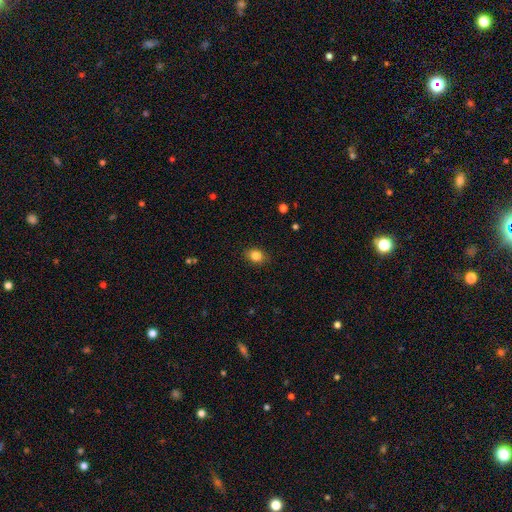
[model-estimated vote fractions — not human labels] Smooth or featured?
  - smooth: 84% *
  - star or artifact: 10%
  - featured or disk: 6%
How rounded?
  - in between: 65% *
  - round: 34%
  - cigar-shaped: 1%
Merging?
  - none: 87% *
  - minor disturbance: 10%
  - major disturbance: 2%
  - merger: 1%